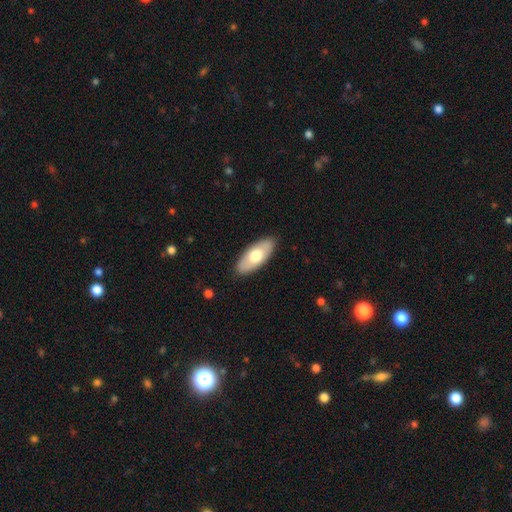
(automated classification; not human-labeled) A smooth galaxy with no disk features (62%) that is in between round and cigar-shaped (87%). Merging: none (88%).